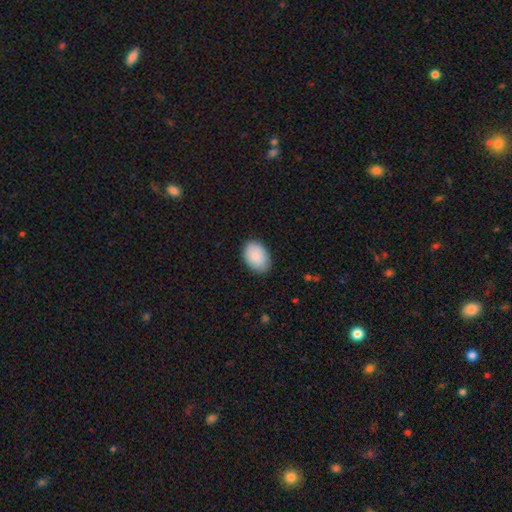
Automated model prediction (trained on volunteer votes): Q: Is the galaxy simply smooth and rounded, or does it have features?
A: smooth — 90%.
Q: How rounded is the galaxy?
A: in between — 86%.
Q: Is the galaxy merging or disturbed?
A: none — 84%.